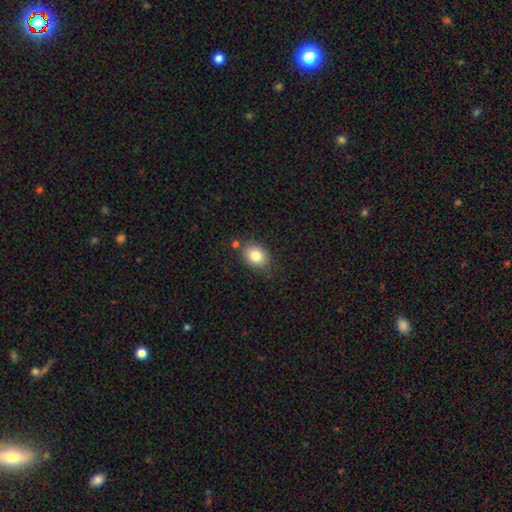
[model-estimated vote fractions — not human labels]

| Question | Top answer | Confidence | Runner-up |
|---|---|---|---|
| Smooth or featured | smooth | 82% | star or artifact (9%) |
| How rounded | in between | 63% | round (36%) |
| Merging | none | 75% | minor disturbance (15%) |